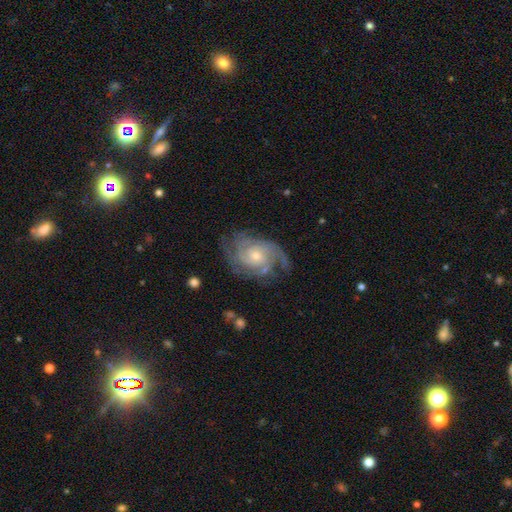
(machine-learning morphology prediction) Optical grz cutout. It shows a featured or disk galaxy (87%) with no bar (71%), can't tell (26%, tied with 3) tight (56%) spiral arms (96%) and a small central bulge (54%). Merging: none (69%).